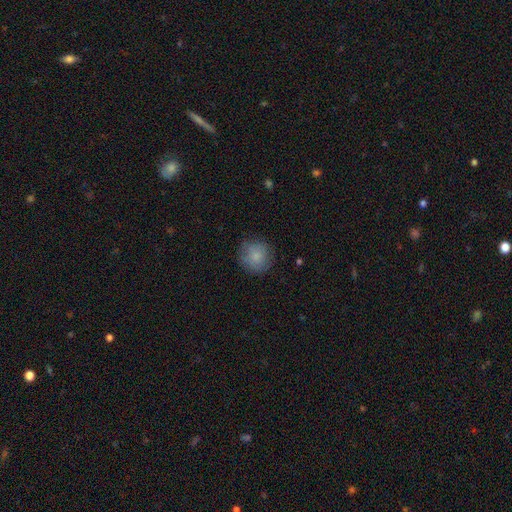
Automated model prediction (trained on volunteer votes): A smooth galaxy with no disk features (84%) that is round (92%).

Vote fractions:
- Smooth or featured? smooth: 84% / featured or disk: 8% / star or artifact: 8%
- How rounded? round: 92% / in between: 7% / cigar-shaped: 1%
- Merging? none: 82% / minor disturbance: 13% / major disturbance: 4% / merger: 1%